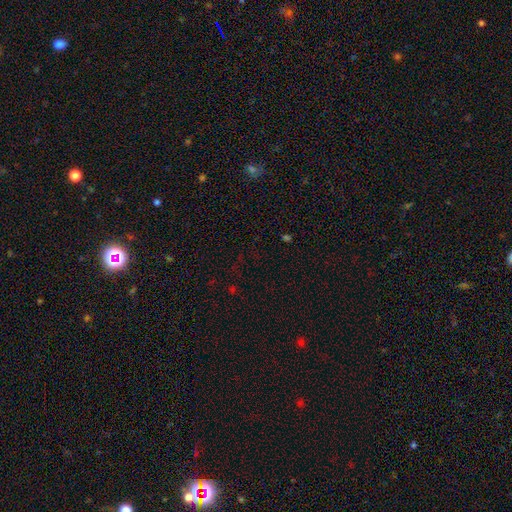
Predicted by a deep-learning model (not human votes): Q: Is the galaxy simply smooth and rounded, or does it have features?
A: star or artifact — 65%.